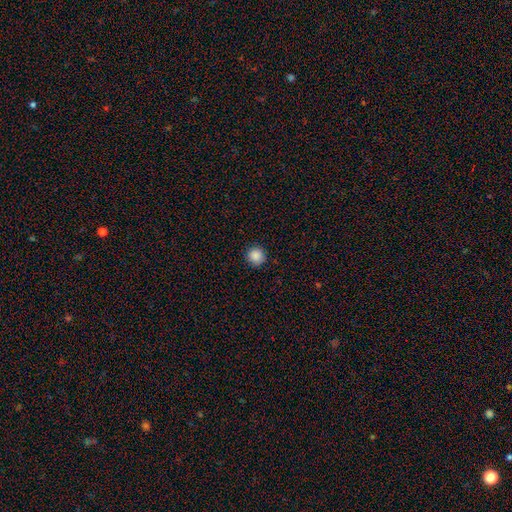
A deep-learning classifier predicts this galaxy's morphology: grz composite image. It shows a smooth galaxy with no disk features (88%) that is round (95%). Merging: none (91%).